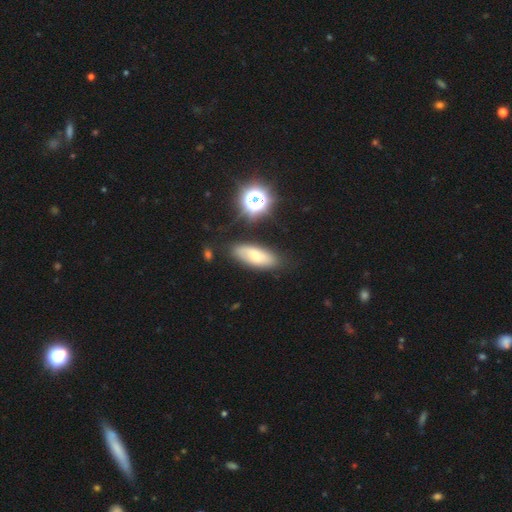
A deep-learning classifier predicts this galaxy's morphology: This is likely a smooth galaxy (61%). How rounded: likely in between (74%). Merging: likely none (77%).